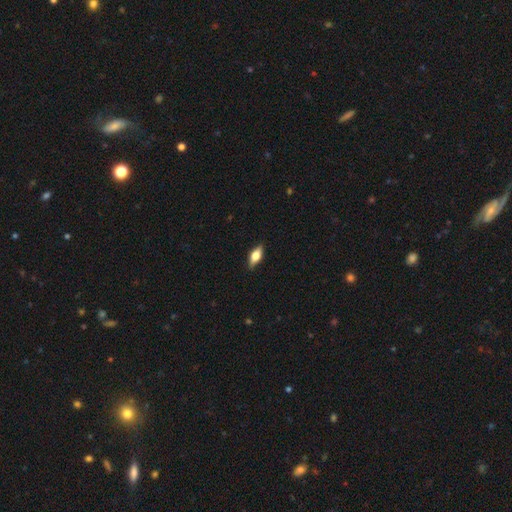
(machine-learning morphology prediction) A smooth galaxy with no disk features (57%) that is in between round and cigar-shaped (75%).

Vote fractions:
- Smooth or featured? smooth: 57% / featured or disk: 36% / star or artifact: 7%
- How rounded? in between: 75% / cigar-shaped: 21% / round: 4%
- Merging? none: 86% / minor disturbance: 11% / major disturbance: 2% / merger: 1%